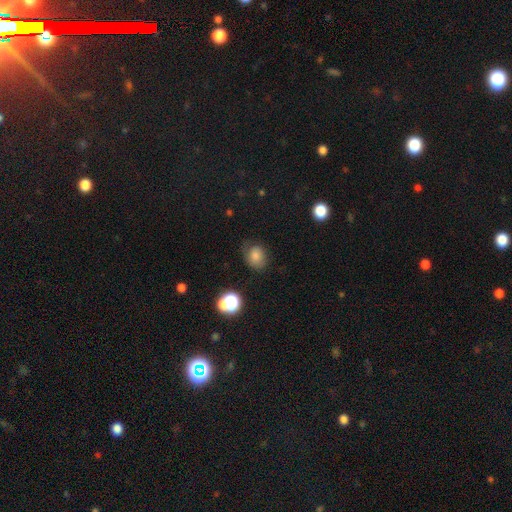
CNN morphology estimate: Smooth or featured: smooth — 75% (featured or disk — 13%)
How rounded: round — 54% (in between — 45%)
Merging: none — 60% (minor disturbance — 27%)